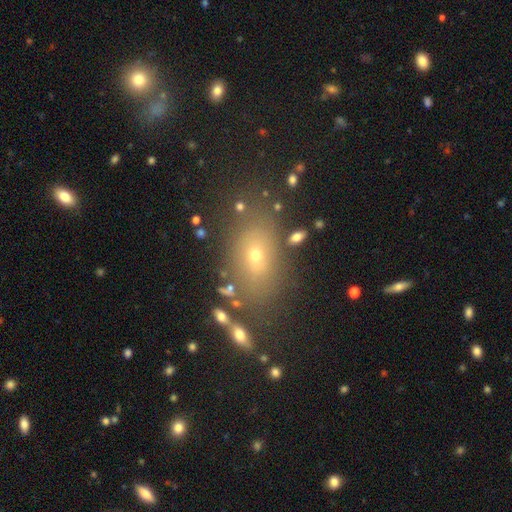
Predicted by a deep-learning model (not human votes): smooth 62%, featured or disk 20%, star or artifact 18%. Down the decision tree: how rounded — in between (77%); merging — none (74%).